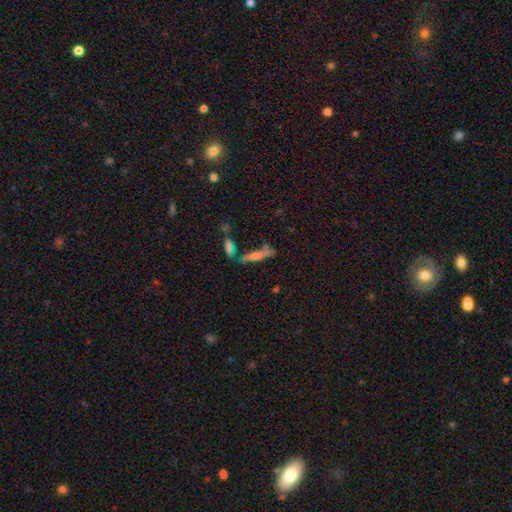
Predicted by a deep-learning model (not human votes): Smooth or featured? featured or disk (46%)
Merging? none (63%)